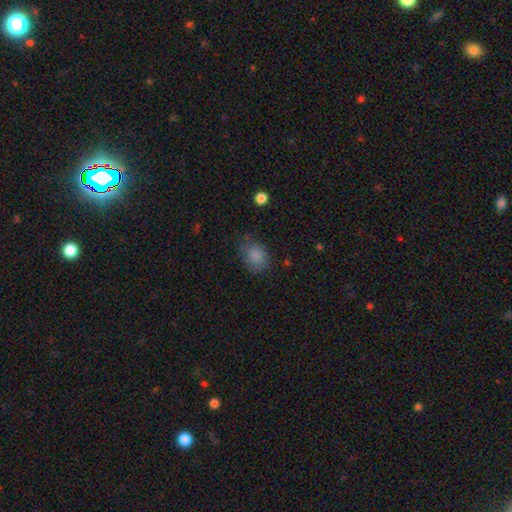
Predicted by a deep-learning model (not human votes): smooth 84%, star or artifact 10%, featured or disk 6%. Down the decision tree: how rounded — in between (54%); merging — none (69%).